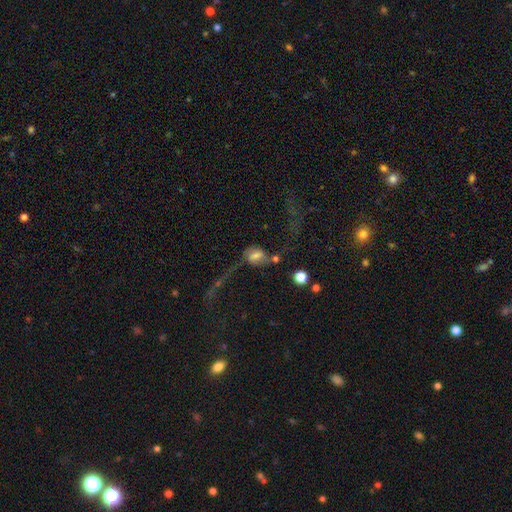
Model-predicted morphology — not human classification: smooth-or-featured: featured or disk: 46% | smooth: 41% | star or artifact: 13%
  merging: major disturbance: 35% | none: 31% | merger: 19% | minor disturbance: 15%